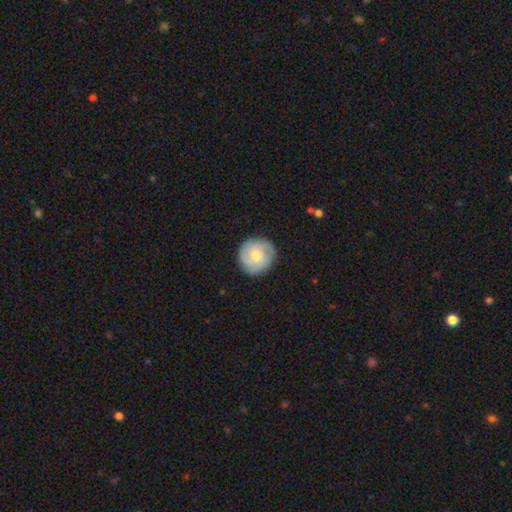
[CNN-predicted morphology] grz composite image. It shows a featured or disk galaxy (47%, tied with smooth). Merging: none (86%).